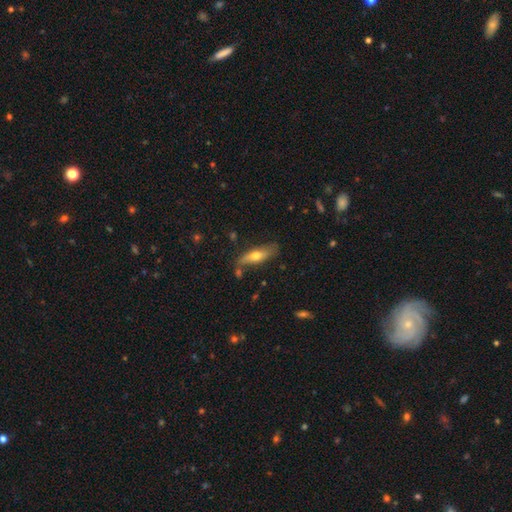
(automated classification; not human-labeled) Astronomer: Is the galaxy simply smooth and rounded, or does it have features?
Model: smooth — 57% (runner-up: featured or disk, 37%).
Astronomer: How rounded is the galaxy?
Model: cigar-shaped — 54% (runner-up: in between, 43%).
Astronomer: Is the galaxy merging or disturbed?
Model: none — 70%.